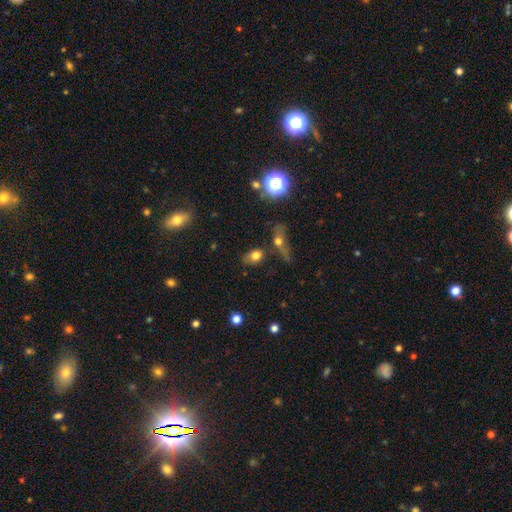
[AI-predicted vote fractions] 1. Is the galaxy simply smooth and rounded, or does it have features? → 72% smooth, 14% featured or disk, 13% star or artifact.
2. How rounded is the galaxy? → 71% in between, 26% round, 3% cigar-shaped.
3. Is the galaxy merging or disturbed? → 49% none, 21% merger, 19% minor disturbance, 12% major disturbance.